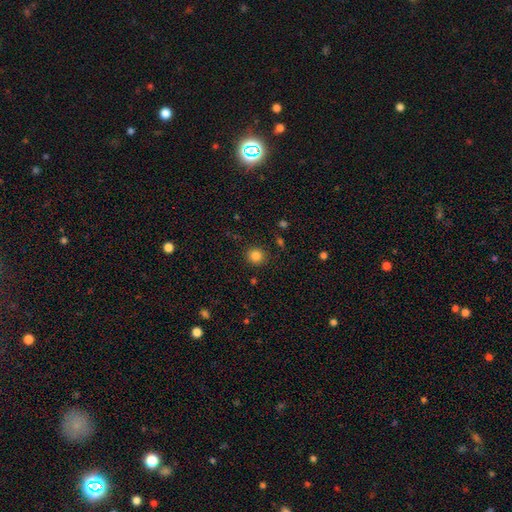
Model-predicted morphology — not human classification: The model was most divided on "smooth or featured": smooth: 84%, star or artifact: 12%, featured or disk: 4%. More confident: how rounded — round (91%); merging — none (88%).